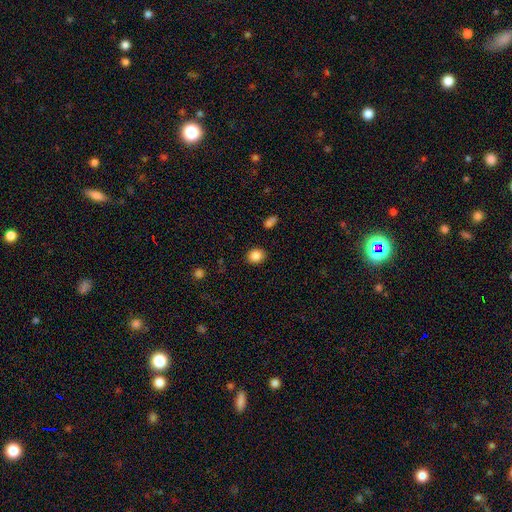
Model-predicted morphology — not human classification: Smooth or featured? smooth (87%)
How rounded? round (63%)
Merging? none (89%)